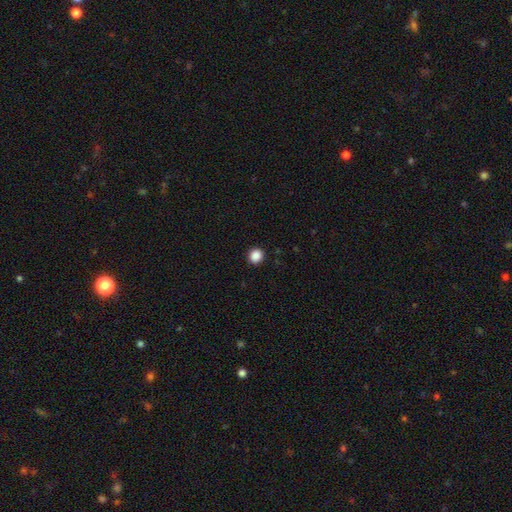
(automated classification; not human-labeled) This appears to be a smooth galaxy with no disk features (88%) that is round (89%). Merging: none (92%).